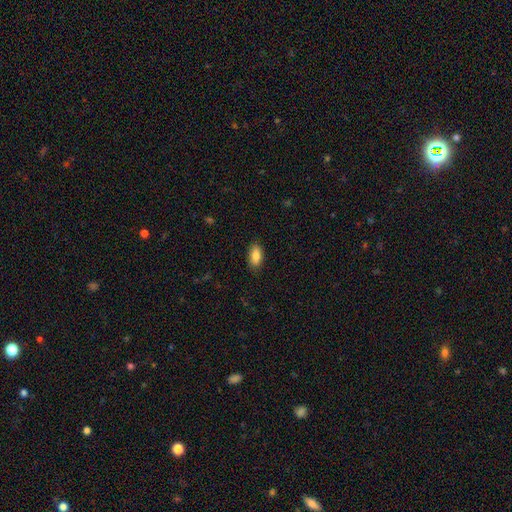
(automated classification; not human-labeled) A smooth galaxy with no disk features (86%) that is in between round and cigar-shaped (90%). Merging: none (87%).